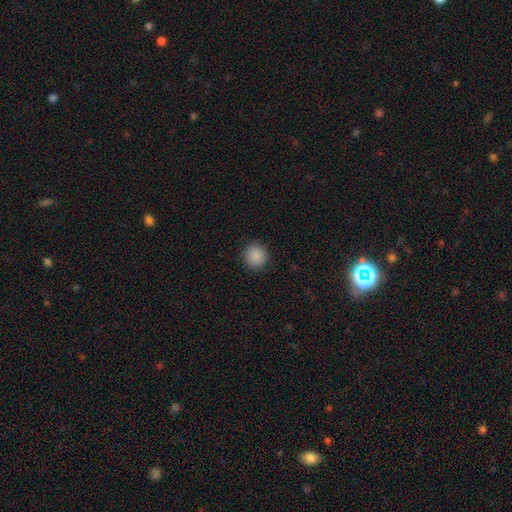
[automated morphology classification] This appears to be a smooth galaxy with no disk features (89%) that is round (91%). Merging: none (91%).